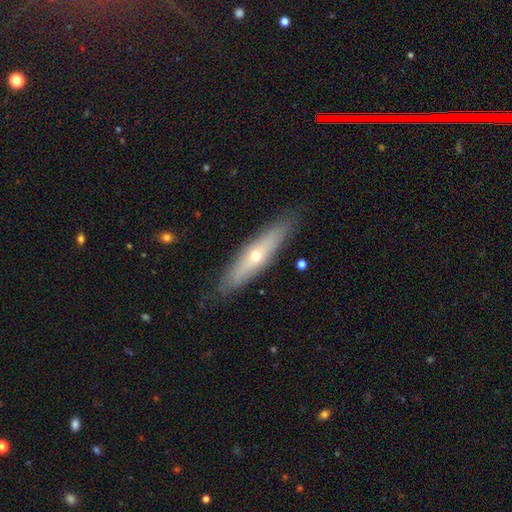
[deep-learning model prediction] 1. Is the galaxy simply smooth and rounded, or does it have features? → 51% featured or disk, 42% smooth, 7% star or artifact.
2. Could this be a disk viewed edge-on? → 67% yes, 33% no.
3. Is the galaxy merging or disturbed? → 86% none, 10% minor disturbance, 3% major disturbance, 1% merger.